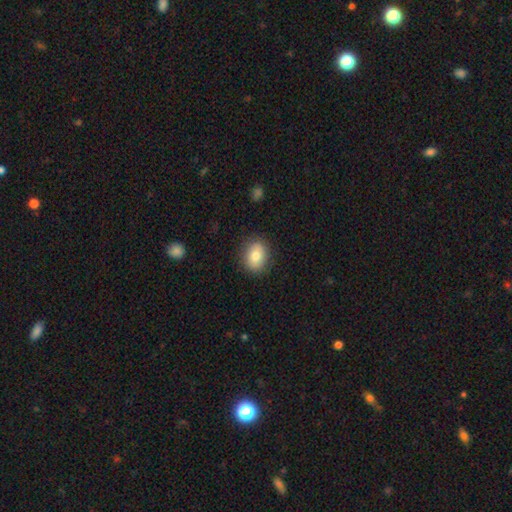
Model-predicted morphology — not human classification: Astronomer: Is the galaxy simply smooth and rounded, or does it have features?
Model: smooth — 79%.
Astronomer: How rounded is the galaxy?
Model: in between — 51% (runner-up: round, 48%).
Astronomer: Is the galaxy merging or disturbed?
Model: none — 87%.